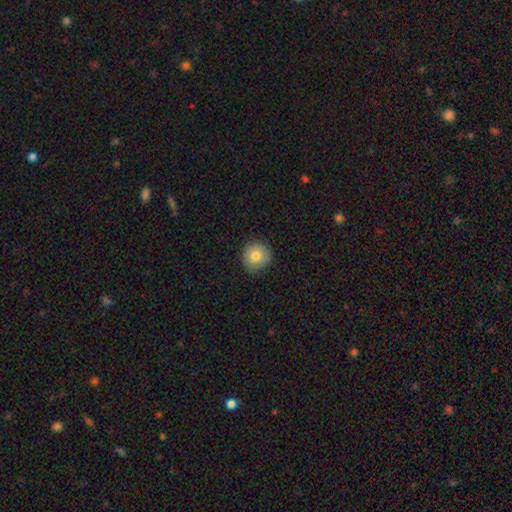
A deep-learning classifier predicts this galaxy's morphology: Smooth or featured? smooth (82%)
How rounded? round (94%)
Merging? none (88%)